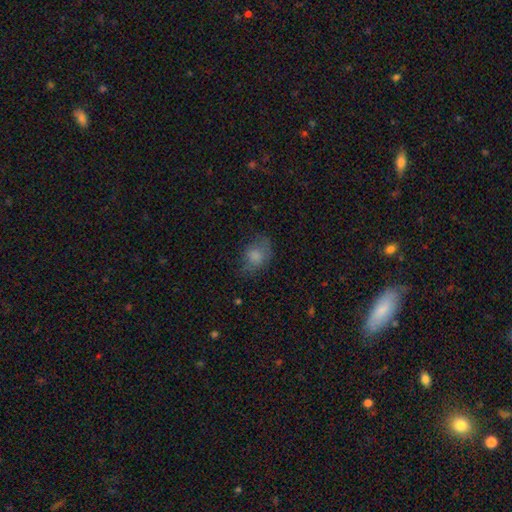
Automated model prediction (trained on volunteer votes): smooth 74%, featured or disk 15%, star or artifact 11%. Down the decision tree: how rounded — in between (62%); merging — none (54%).